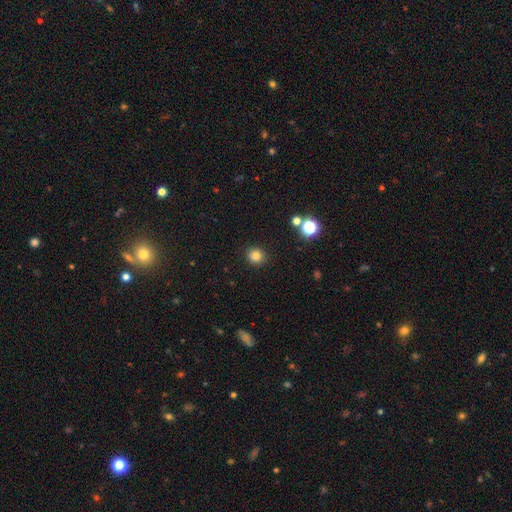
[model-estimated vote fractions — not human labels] A smooth galaxy with no disk features (81%) that is round (90%).

Vote fractions:
- Smooth or featured? smooth: 81% / star or artifact: 13% / featured or disk: 6%
- How rounded? round: 90% / in between: 9% / cigar-shaped: 1%
- Merging? none: 91% / minor disturbance: 6% / major disturbance: 2% / merger: 1%